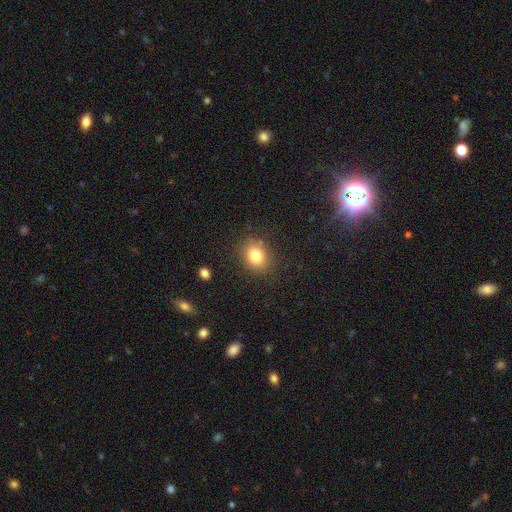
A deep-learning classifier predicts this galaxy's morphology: smooth-or-featured: smooth: 80% | star or artifact: 11% | featured or disk: 9%
  how-rounded: round: 52% | in between: 47% | cigar-shaped: 1%
  merging: none: 83% | minor disturbance: 11% | major disturbance: 4% | merger: 2%